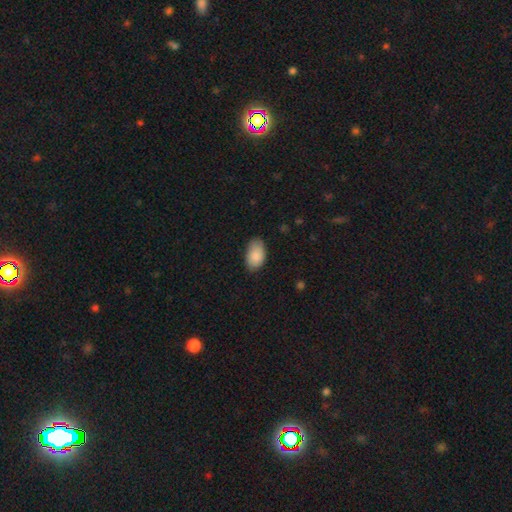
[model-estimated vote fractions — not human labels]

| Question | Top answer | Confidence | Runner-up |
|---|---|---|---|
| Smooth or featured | smooth | 88% | star or artifact (6%) |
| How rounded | in between | 94% | round (5%) |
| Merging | none | 74% | minor disturbance (22%) |